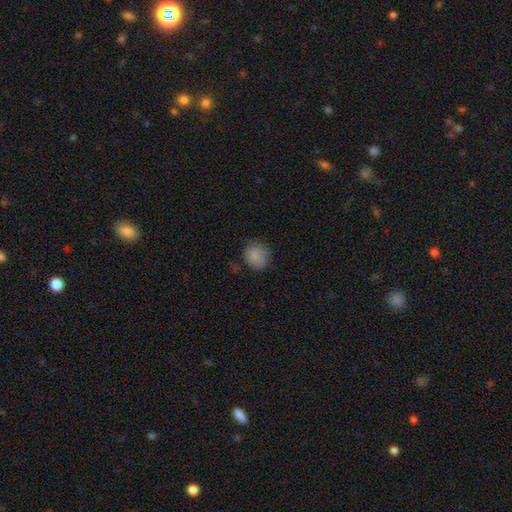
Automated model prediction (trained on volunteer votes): smooth_or_featured: smooth (p=0.84) [alt: star or artifact p=0.09]
how_rounded: round (p=0.78) [alt: in between p=0.21]
merging: none (p=0.71) [alt: minor disturbance p=0.22]